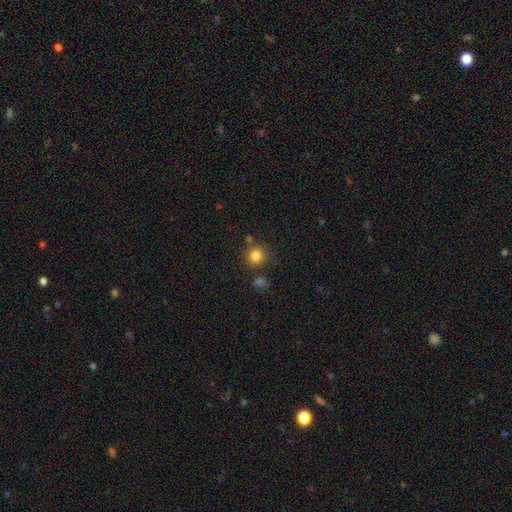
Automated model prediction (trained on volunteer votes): Smooth or featured: smooth — 83% (star or artifact — 12%)
How rounded: round — 92% (in between — 8%)
Merging: none — 77% (minor disturbance — 10%)